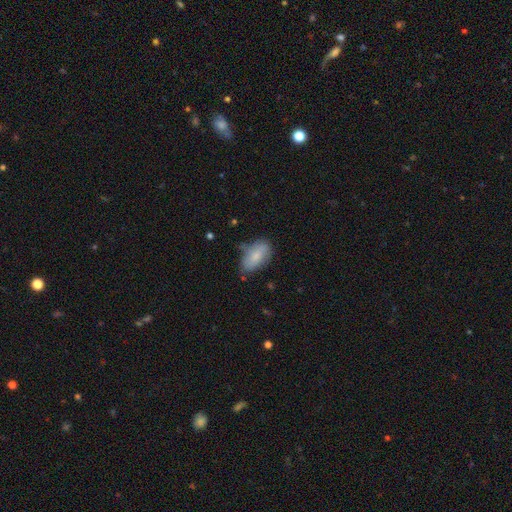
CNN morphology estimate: type=smooth (78%); roundness=in between (92%); merging=none (65%).